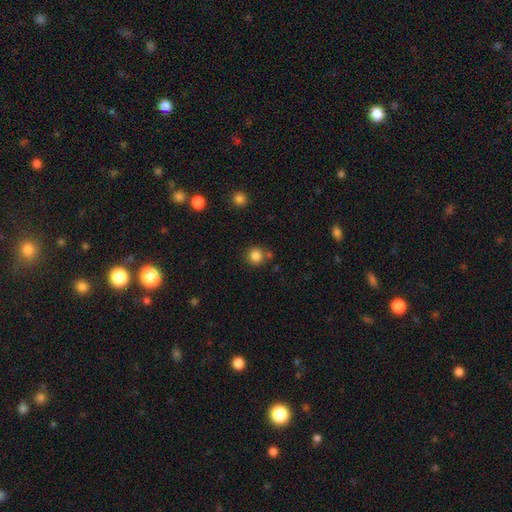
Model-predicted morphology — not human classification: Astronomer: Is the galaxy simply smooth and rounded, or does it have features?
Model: smooth — 84%.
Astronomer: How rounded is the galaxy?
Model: round — 92%.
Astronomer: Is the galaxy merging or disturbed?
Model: none — 77%.